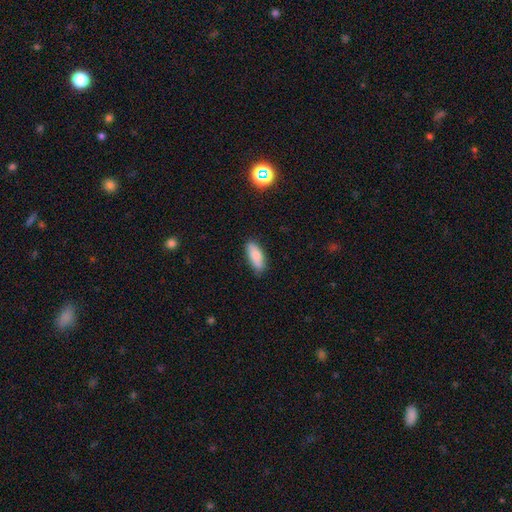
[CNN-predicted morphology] Smooth or featured? smooth (82%)
How rounded? in between (72%)
Merging? none (79%)